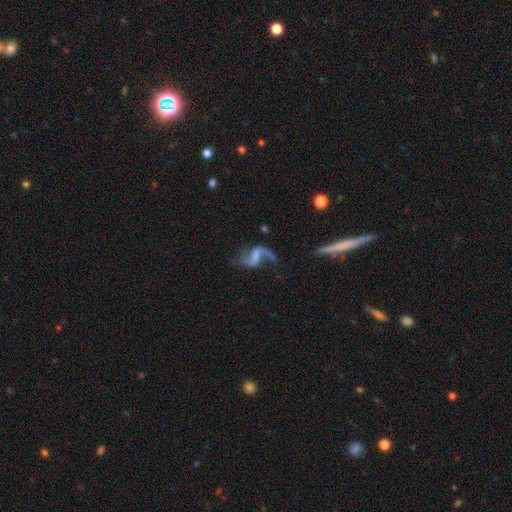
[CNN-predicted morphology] A featured or disk galaxy (79%) with a weak bar (44%), 2 (81%) loose (82%) spiral arms (91%) and no central bulge (62%).

Vote fractions:
- Smooth or featured? featured or disk: 79% / smooth: 12% / star or artifact: 8%
- Edge-on disk? no: 97% / yes: 3%
- Bar? weak: 44% / strong: 31% / no: 25%
- Spiral arms? yes: 91% / no: 9%
- Spiral winding? loose: 82% / medium: 15% / tight: 3%
- Spiral arm count? 2: 81% / 1: 14% / can't tell: 3% / 3: 1% / 4: 1% / more than 4: 1%
- Bulge size? none: 62% / small: 19% / moderate: 12% / large: 5% / dominant: 2%
- Merging? none: 52% / major disturbance: 24% / minor disturbance: 18% / merger: 6%